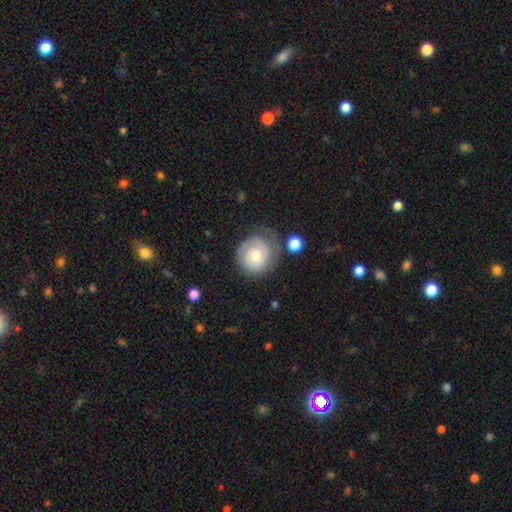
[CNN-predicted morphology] type=featured or disk (68%); edge-on=no (98%); bar=no (71%); spiral arms=yes (91%); winding=tight (68%); arm count=2 (48%); bulge=moderate (54%); merging=none (64%).